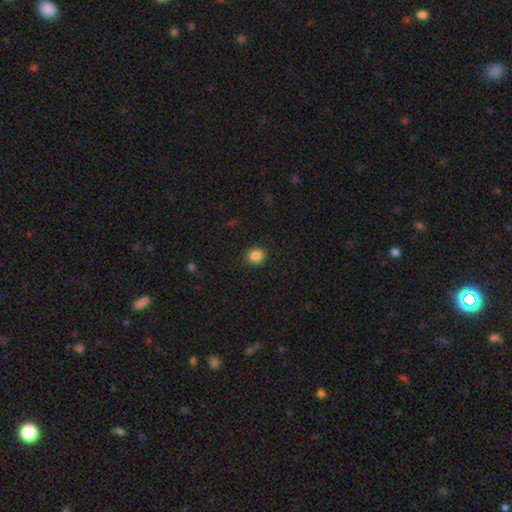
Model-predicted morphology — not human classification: Smooth or featured: smooth — 86% (star or artifact — 10%)
How rounded: round — 82% (in between — 17%)
Merging: none — 90% (minor disturbance — 7%)